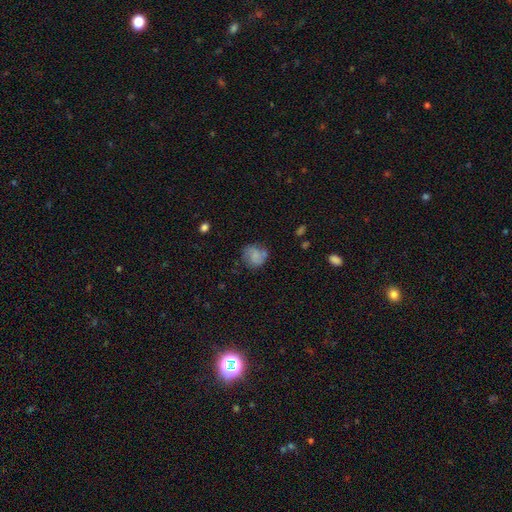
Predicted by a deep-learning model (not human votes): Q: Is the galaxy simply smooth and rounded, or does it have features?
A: smooth — 60%.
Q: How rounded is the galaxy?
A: round — 76%.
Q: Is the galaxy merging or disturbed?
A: none — 63%.